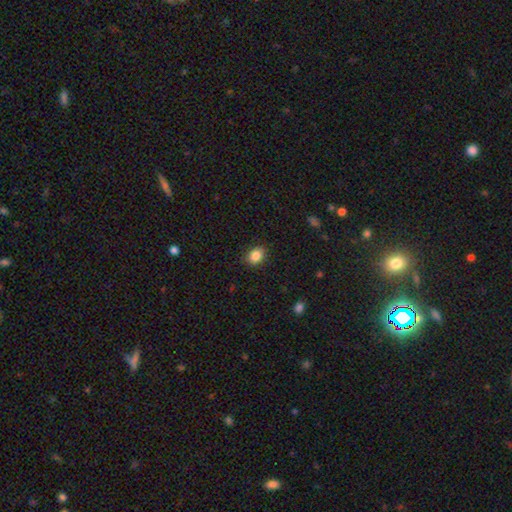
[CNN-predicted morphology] The model was most divided on "how rounded": in between: 64%, round: 35%, cigar-shaped: 1%. More confident: merging — none (88%); smooth or featured — smooth (86%).